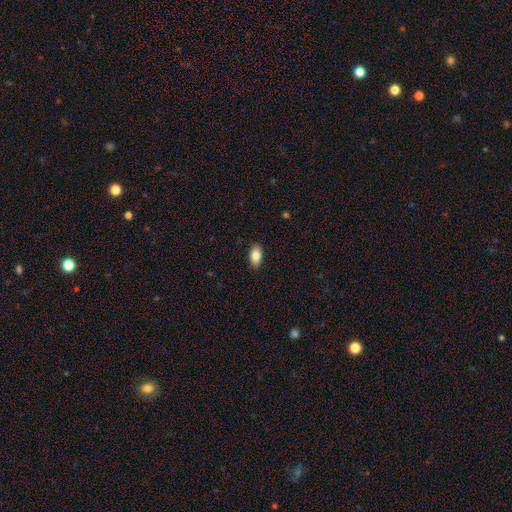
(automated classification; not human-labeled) smooth-or-featured: smooth: 84% | featured or disk: 9% | star or artifact: 7%
  how-rounded: in between: 92% | round: 5% | cigar-shaped: 3%
  merging: none: 89% | minor disturbance: 9% | major disturbance: 2% | merger: 1%